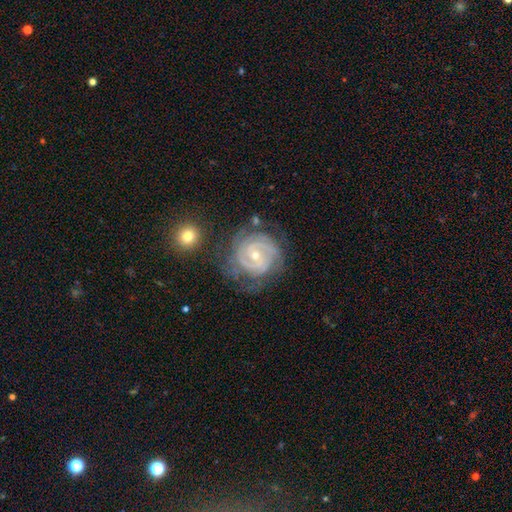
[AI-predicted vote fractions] This is clearly a featured or disk galaxy (90%). It is clearly not viewed edge-on (98%). Bar: possibly no (54%). Spiral arm pattern: clearly yes (98%). Spiral arm count: marginally 2 (34%). Spiral winding: likely tight (75%). Central bulge: likely small (62%). Merging: likely none (66%).